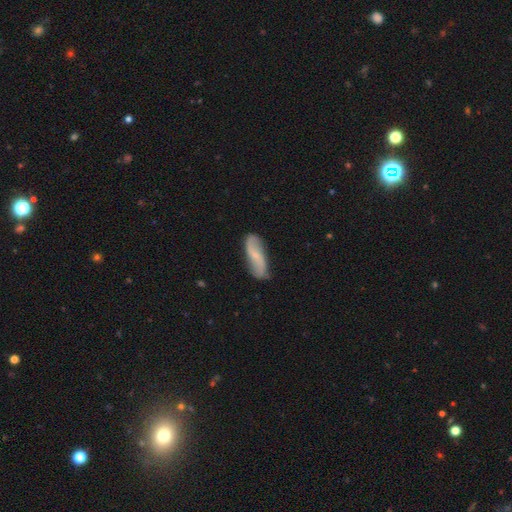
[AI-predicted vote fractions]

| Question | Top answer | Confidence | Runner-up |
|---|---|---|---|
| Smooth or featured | featured or disk | 62% | smooth (32%) |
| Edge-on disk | no | 88% | yes (12%) |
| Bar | no | 45% | weak (39%) |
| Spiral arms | yes | 90% | no (10%) |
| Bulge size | small | 64% | none (17%) |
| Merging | none | 79% | minor disturbance (16%) |